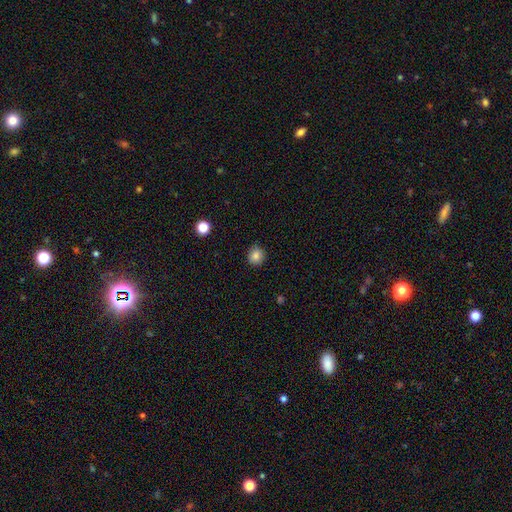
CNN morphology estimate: Smooth or featured? Predicted: smooth (p=0.84). How rounded? Predicted: round (p=0.85). Merging? Predicted: none (p=0.86).